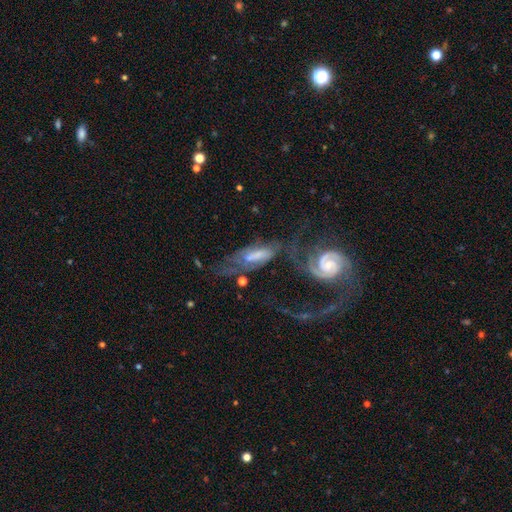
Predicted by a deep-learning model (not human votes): Morphology: type=featured or disk (67%); edge-on=no (87%); bar=no (39%); spiral arms=yes (83%); bulge=small (40%); merging=none (30%).